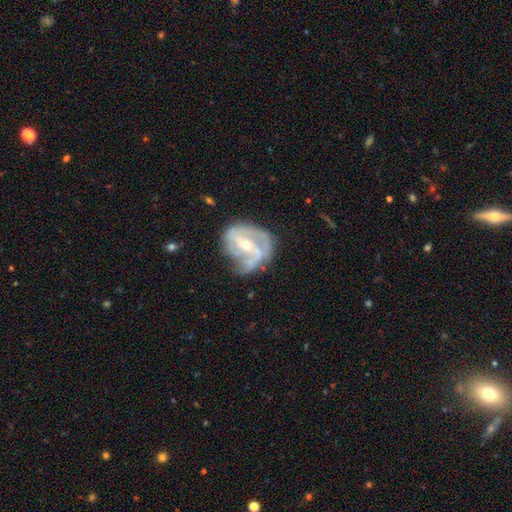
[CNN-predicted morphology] Smooth or featured: featured or disk — 84% (smooth — 10%)
Edge-on disk: no — 97% (yes — 3%)
Bar: weak — 38% (strong — 34%)
Spiral arms: yes — 88% (no — 12%)
Spiral winding: medium — 44% (tight — 33%)
Spiral arm count: 2 — 56% (can't tell — 18%)
Bulge size: small — 59% (moderate — 38%)
Merging: none — 45% (minor disturbance — 29%)